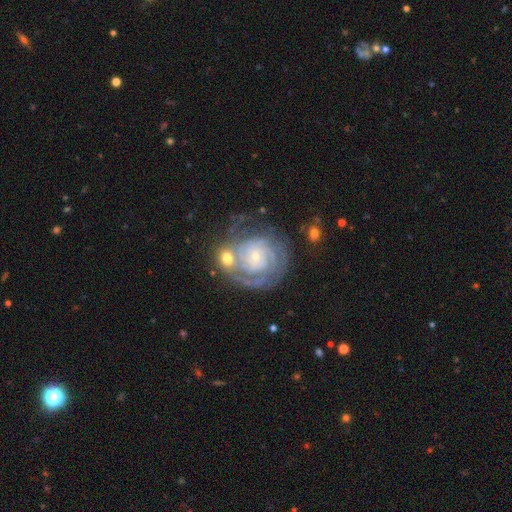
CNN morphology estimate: Smooth or featured?
  - featured or disk: 87% *
  - smooth: 8%
  - star or artifact: 6%
Edge-on disk?
  - no: 98% *
  - yes: 2%
Bar?
  - no: 76% *
  - weak: 20%
  - strong: 5%
Spiral arms?
  - yes: 96% *
  - no: 4%
Spiral winding?
  - tight: 78% *
  - medium: 18%
  - loose: 4%
Spiral arm count?
  - can't tell: 31% *
  - 3: 21%
  - 2: 17%
  - 4: 15%
  - more than 4: 8%
  - 1: 7%
Bulge size?
  - small: 76% *
  - moderate: 19%
  - large: 2%
  - none: 2%
  - dominant: 1%
Merging?
  - none: 49% *
  - merger: 22%
  - minor disturbance: 18%
  - major disturbance: 12%